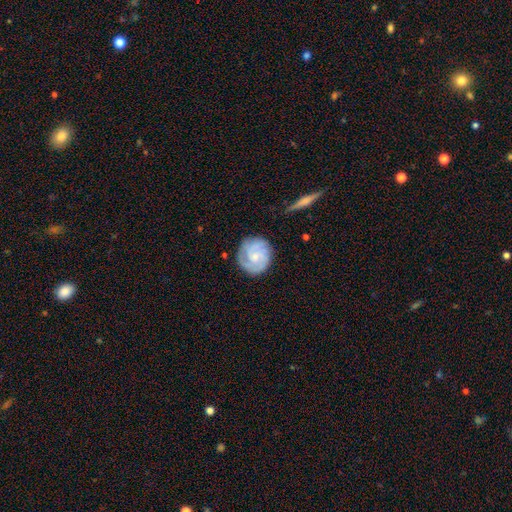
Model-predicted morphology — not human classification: smooth-or-featured: featured or disk: 77% | smooth: 17% | star or artifact: 6%
  disk-edge-on: no: 98% | yes: 2%
    bar: no: 71% | weak: 25% | strong: 4%
    has-spiral-arms: yes: 95% | no: 5%
      spiral-winding: tight: 64% | medium: 30% | loose: 6%
      spiral-arm-count: 3: 40% | 2: 22% | can't tell: 20% | 4: 9% | 1: 5% | more than 4: 5%
    bulge-size: small: 68% | moderate: 25% | none: 4% | large: 1% | dominant: 1%
  merging: none: 79% | minor disturbance: 15% | major disturbance: 5% | merger: 1%